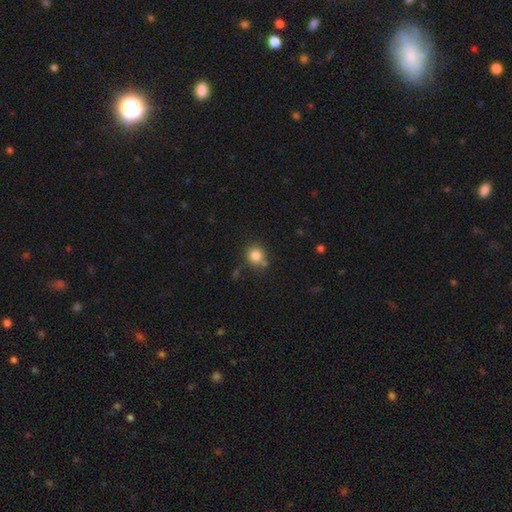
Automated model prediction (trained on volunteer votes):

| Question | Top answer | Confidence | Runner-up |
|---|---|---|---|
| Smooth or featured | smooth | 82% | star or artifact (11%) |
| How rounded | round | 86% | in between (13%) |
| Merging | none | 69% | minor disturbance (16%) |